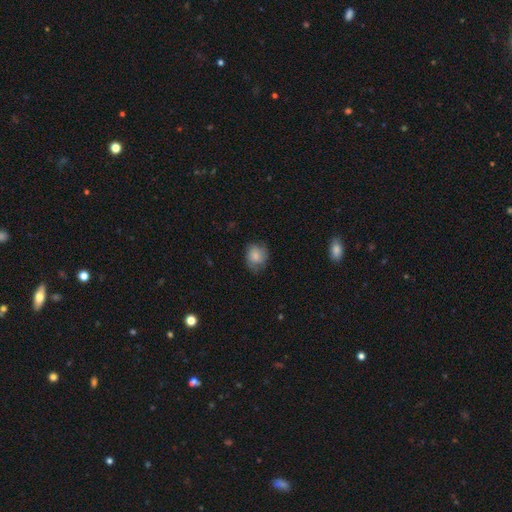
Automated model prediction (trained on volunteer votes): smooth_or_featured: smooth (p=0.77) [alt: featured or disk p=0.15]
how_rounded: round (p=0.66) [alt: in between p=0.33]
merging: none (p=0.65) [alt: minor disturbance p=0.26]